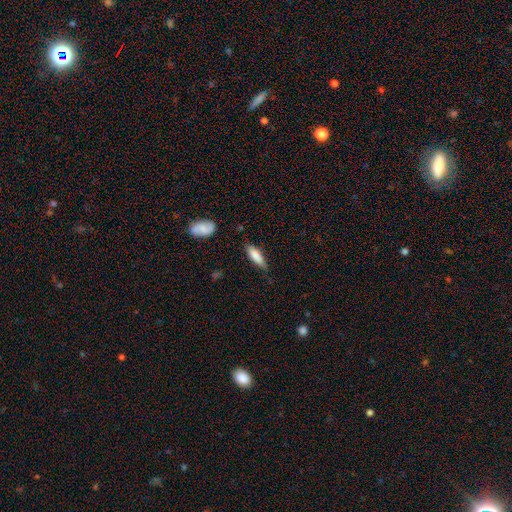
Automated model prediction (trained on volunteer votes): smooth-or-featured: smooth: 82% | featured or disk: 12% | star or artifact: 6%
  how-rounded: in between: 54% | cigar-shaped: 44% | round: 2%
  merging: none: 58% | minor disturbance: 33% | major disturbance: 7% | merger: 2%